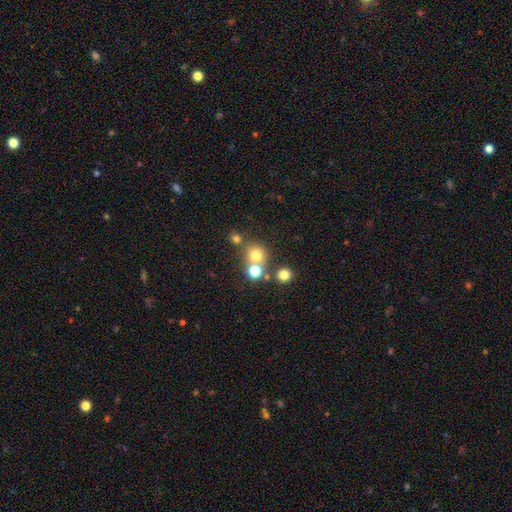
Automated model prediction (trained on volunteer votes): Overall: smooth (71%). How rounded: round (86%). Merging: none (58%; merger 30%).